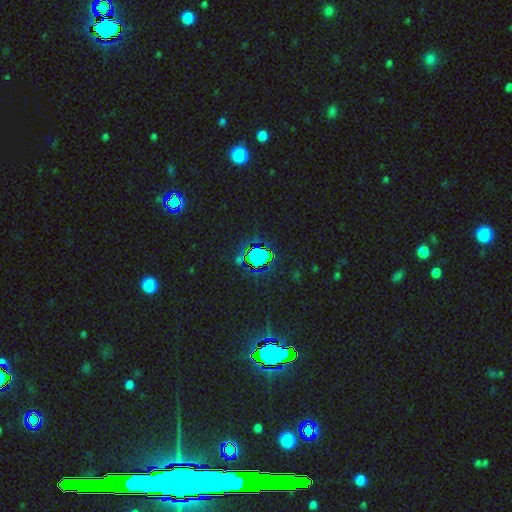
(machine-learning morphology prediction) Overall: star or artifact (76%).